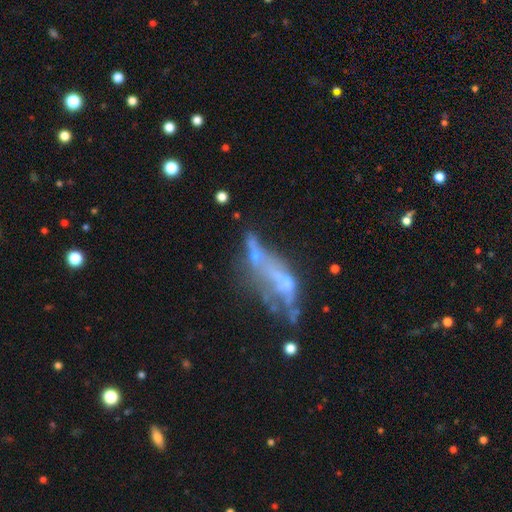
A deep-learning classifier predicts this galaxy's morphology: A featured or disk galaxy (48%).

Vote fractions:
- Smooth or featured? featured or disk: 48% / smooth: 32% / star or artifact: 19%
- Merging? merger: 33% / major disturbance: 30% / none: 24% / minor disturbance: 14%